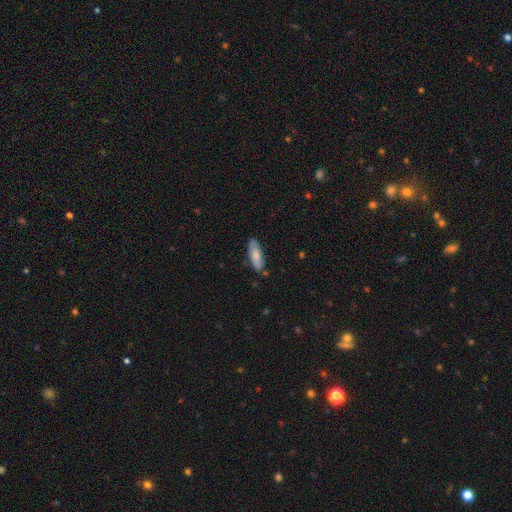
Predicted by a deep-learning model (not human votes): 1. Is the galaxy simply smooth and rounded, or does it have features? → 74% smooth, 20% featured or disk, 6% star or artifact.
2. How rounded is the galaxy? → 60% in between, 39% cigar-shaped, 2% round.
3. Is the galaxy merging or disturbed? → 78% none, 17% minor disturbance, 3% major disturbance, 2% merger.